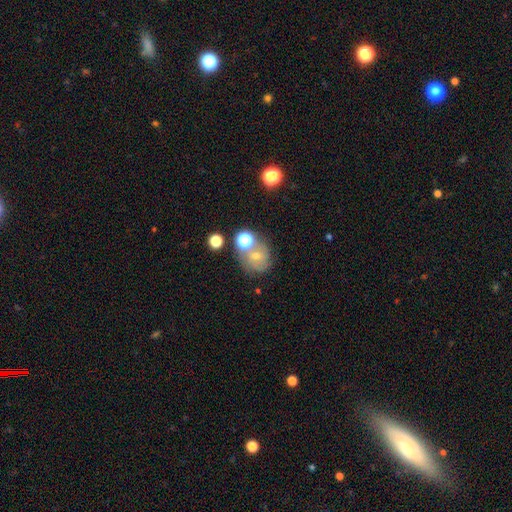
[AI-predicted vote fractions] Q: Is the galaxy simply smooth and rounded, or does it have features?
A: smooth — 40%.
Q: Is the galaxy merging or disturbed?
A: none — 58%.